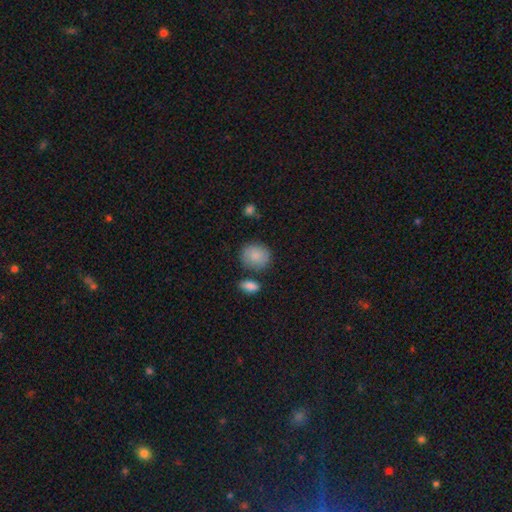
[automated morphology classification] Smooth or featured? Predicted: smooth (p=0.85). How rounded? Predicted: round (p=0.76). Merging? Predicted: none (p=0.73).